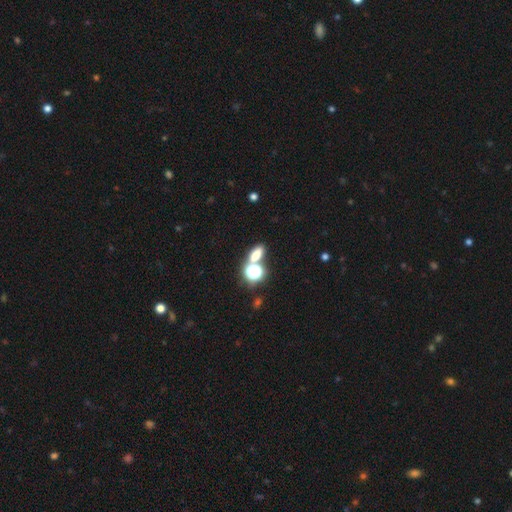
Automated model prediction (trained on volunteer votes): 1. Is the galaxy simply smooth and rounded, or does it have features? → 66% smooth, 24% star or artifact, 10% featured or disk.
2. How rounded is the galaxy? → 67% in between, 27% round, 6% cigar-shaped.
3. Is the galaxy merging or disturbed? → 61% none, 26% merger, 9% minor disturbance, 4% major disturbance.